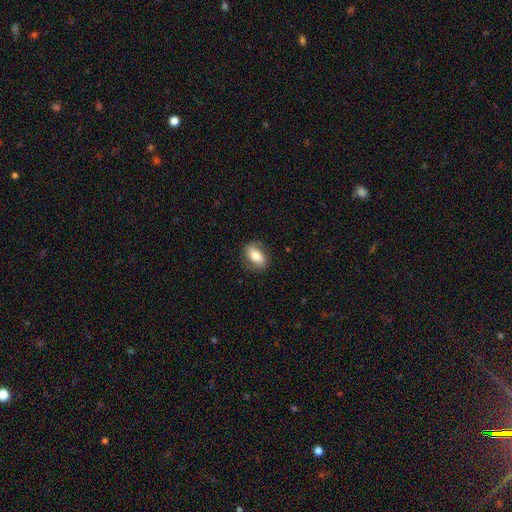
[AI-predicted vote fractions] Smooth or featured: smooth — 67% (featured or disk — 26%)
How rounded: in between — 85% (round — 11%)
Merging: none — 80% (minor disturbance — 15%)